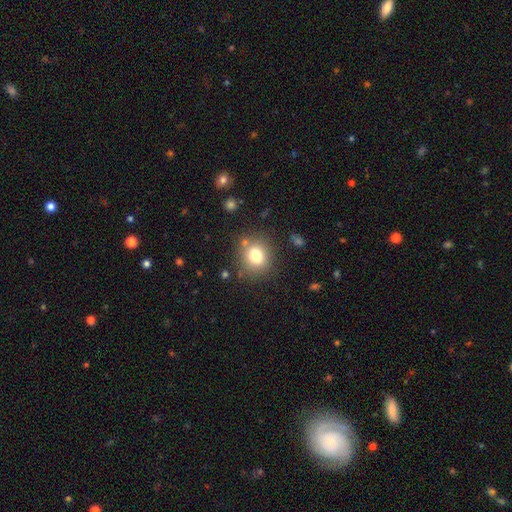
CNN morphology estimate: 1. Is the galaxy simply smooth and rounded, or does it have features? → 77% smooth, 12% star or artifact, 11% featured or disk.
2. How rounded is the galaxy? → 71% round, 28% in between, 1% cigar-shaped.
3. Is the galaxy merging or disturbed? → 78% none, 12% minor disturbance, 6% merger, 5% major disturbance.